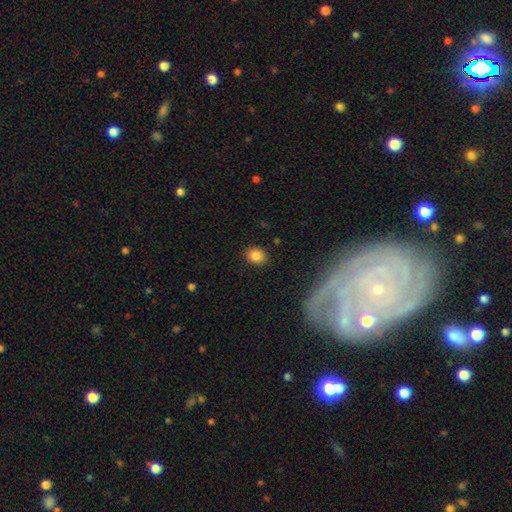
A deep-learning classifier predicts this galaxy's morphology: Smooth or featured: smooth — 84% (star or artifact — 10%)
How rounded: round — 62% (in between — 37%)
Merging: none — 88% (minor disturbance — 8%)